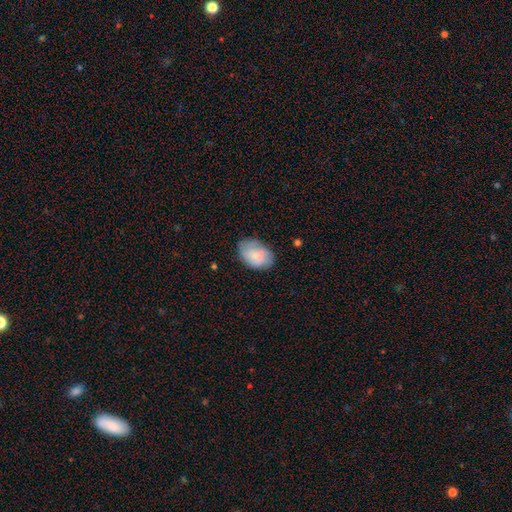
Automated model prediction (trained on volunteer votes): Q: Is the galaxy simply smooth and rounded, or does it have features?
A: smooth — 78%.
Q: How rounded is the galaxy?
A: in between — 86%.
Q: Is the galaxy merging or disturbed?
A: none — 67%.